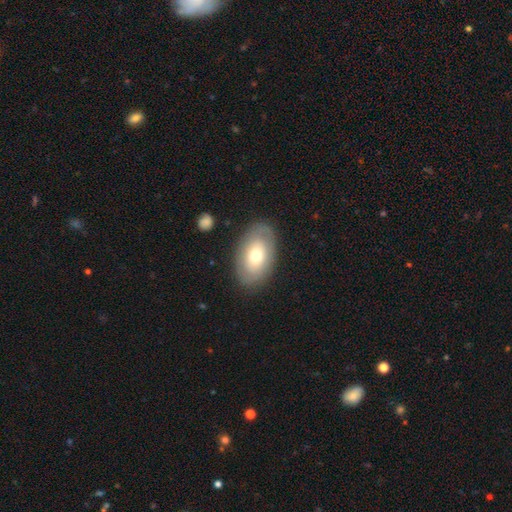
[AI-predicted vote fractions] smooth-or-featured: smooth: 63% | featured or disk: 30% | star or artifact: 7%
  how-rounded: in between: 90% | round: 9% | cigar-shaped: 1%
  merging: none: 83% | minor disturbance: 11% | major disturbance: 4% | merger: 2%